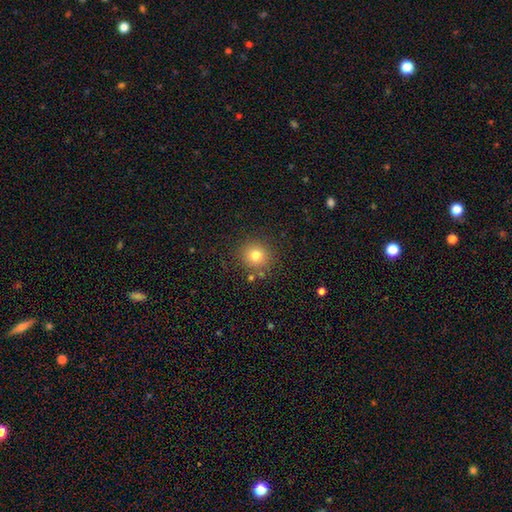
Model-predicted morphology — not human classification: Q: Smooth or featured?
A: smooth (78%); runner-up: star or artifact (13%)
Q: How rounded?
A: round (91%); runner-up: in between (8%)
Q: Merging?
A: none (84%); runner-up: minor disturbance (8%)